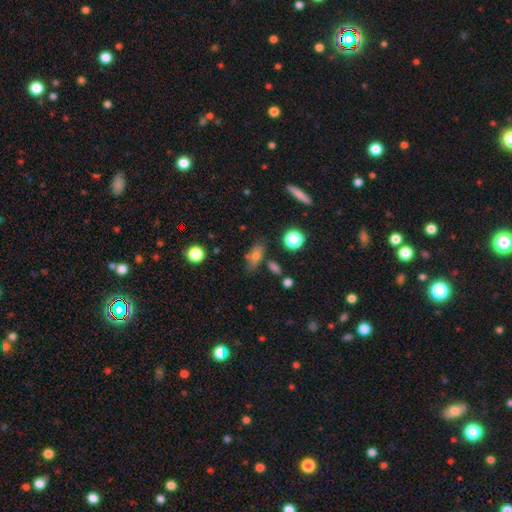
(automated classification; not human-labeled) A smooth galaxy with no disk features (69%) that is in between round and cigar-shaped (72%).

Vote fractions:
- Smooth or featured? smooth: 69% / featured or disk: 18% / star or artifact: 13%
- How rounded? in between: 72% / cigar-shaped: 15% / round: 12%
- Merging? none: 70% / minor disturbance: 17% / merger: 8% / major disturbance: 5%